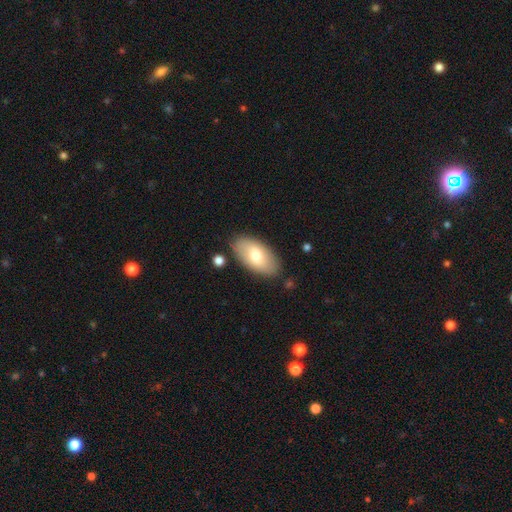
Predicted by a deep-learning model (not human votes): A smooth galaxy with no disk features (71%) that is in between round and cigar-shaped (94%). Merging: none (84%).